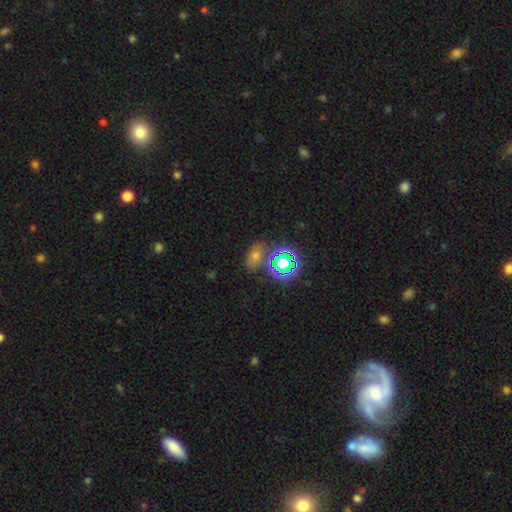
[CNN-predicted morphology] type=smooth (46%); merging=none (74%).